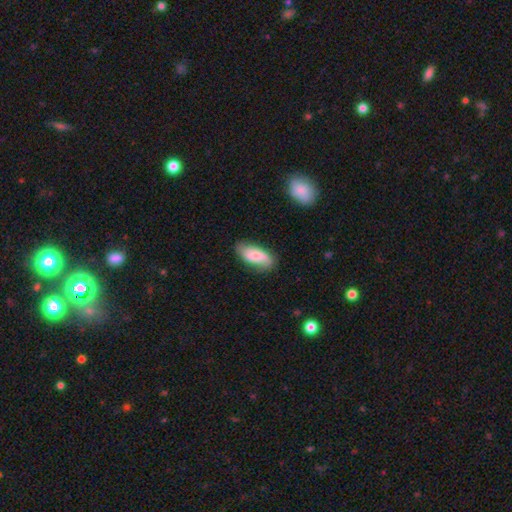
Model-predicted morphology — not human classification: Smooth or featured? smooth (56%)
How rounded? in between (85%)
Merging? none (73%)